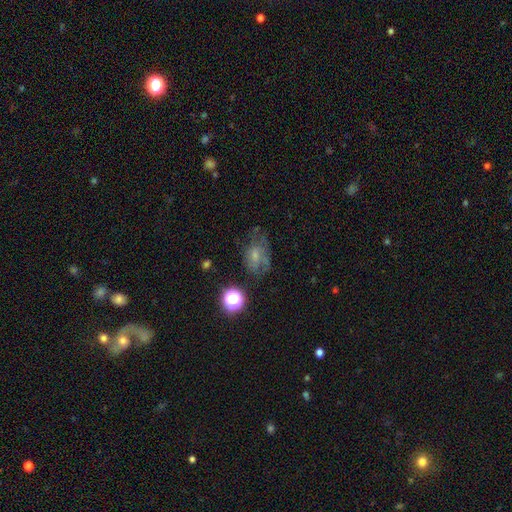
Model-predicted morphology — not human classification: Smooth or featured? Predicted: smooth (p=0.45). Merging? Predicted: none (p=0.43).